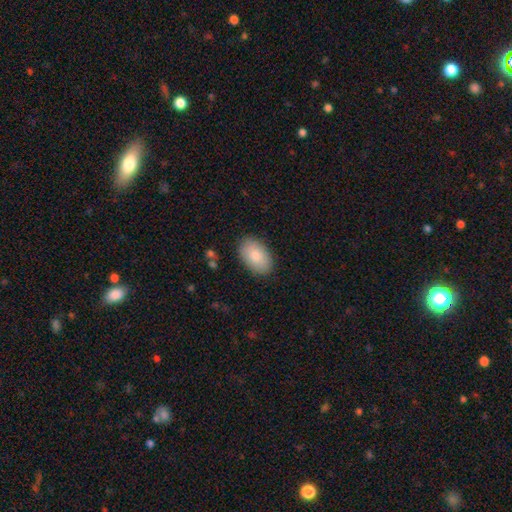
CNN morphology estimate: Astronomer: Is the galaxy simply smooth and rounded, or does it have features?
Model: smooth — 83%.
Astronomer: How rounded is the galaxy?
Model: in between — 91%.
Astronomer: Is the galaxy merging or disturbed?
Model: none — 86%.